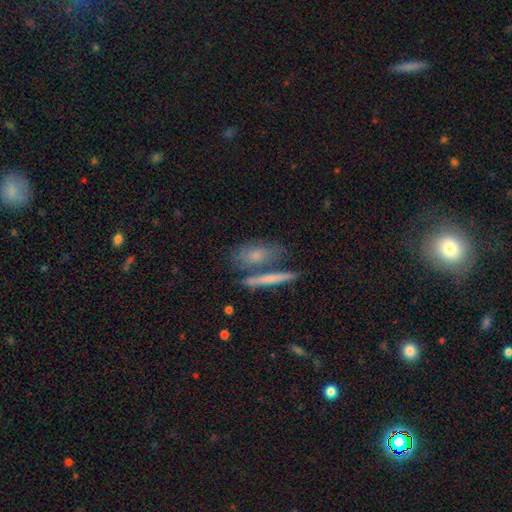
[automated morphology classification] Smooth or featured: smooth — 54% (featured or disk — 38%)
How rounded: cigar-shaped — 49% (in between — 42%)
Merging: none — 56% (merger — 25%)